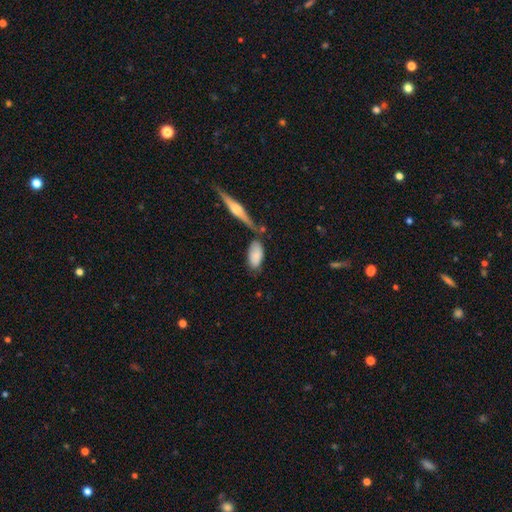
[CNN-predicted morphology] type=smooth (77%); roundness=in between (90%); merging=none (58%).